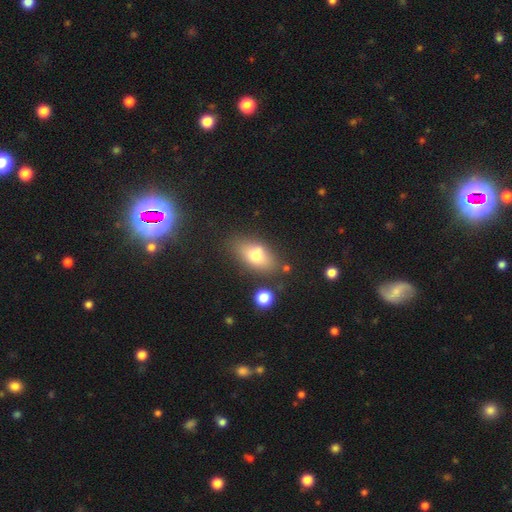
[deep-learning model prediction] A smooth galaxy with no disk features (71%) that is in between round and cigar-shaped (86%).

Vote fractions:
- Smooth or featured? smooth: 71% / featured or disk: 19% / star or artifact: 10%
- How rounded? in between: 86% / round: 8% / cigar-shaped: 6%
- Merging? none: 68% / minor disturbance: 17% / merger: 9% / major disturbance: 6%